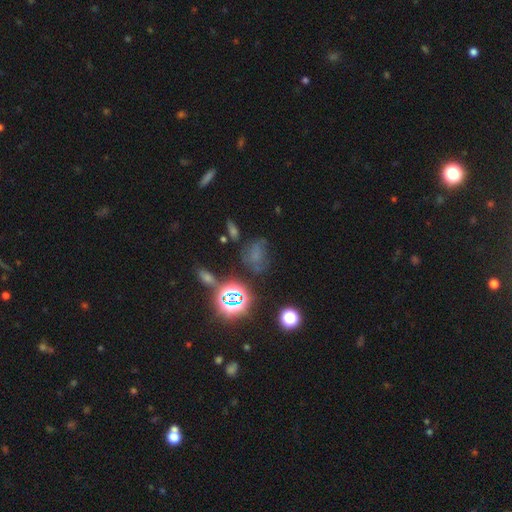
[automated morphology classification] Q: Smooth or featured?
A: star or artifact (47%); runner-up: smooth (36%)